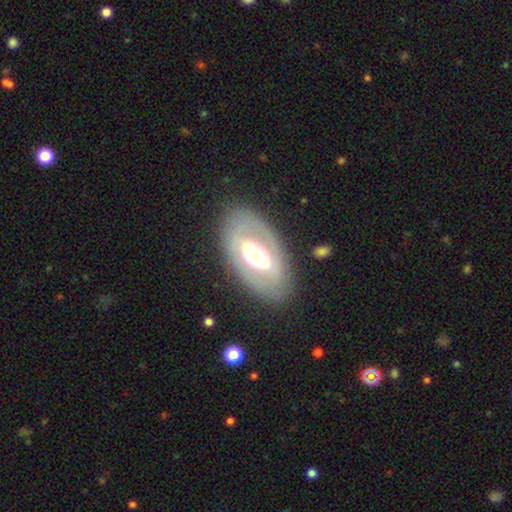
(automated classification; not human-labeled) Morphology: type=featured or disk (61%); edge-on=no (90%); bar=no (50%); spiral arms=no (78%); bulge=moderate (57%); merging=none (81%).